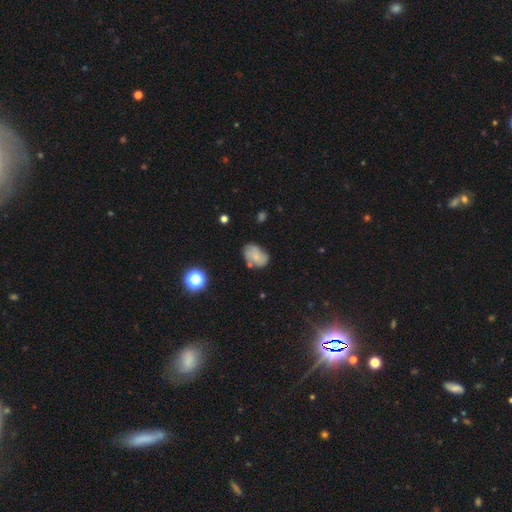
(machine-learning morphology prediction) This is possibly a smooth galaxy (57%). How rounded: likely in between (78%). Merging: possibly none (58%).